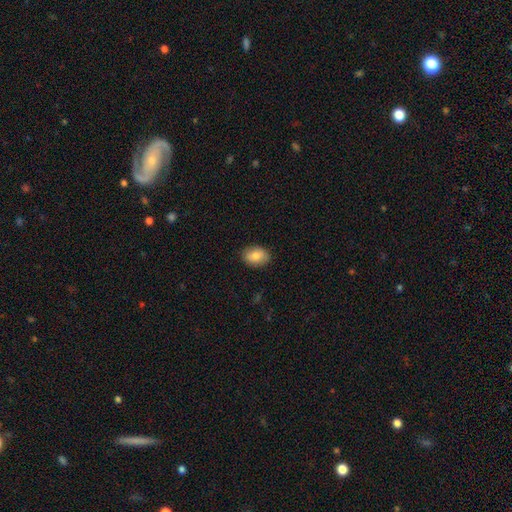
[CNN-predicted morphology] smooth 82%, featured or disk 11%, star or artifact 7%. Down the decision tree: how rounded — in between (78%); merging — none (88%).